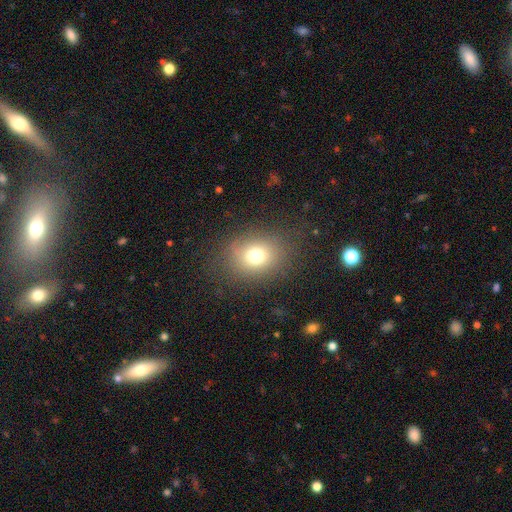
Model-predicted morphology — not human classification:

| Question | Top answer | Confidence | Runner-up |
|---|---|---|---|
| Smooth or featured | smooth | 71% | star or artifact (17%) |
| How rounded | round | 60% | in between (39%) |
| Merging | none | 79% | minor disturbance (12%) |